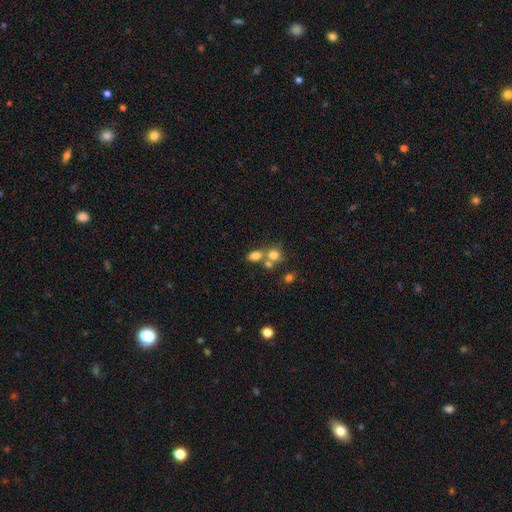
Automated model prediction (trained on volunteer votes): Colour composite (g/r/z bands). It shows a smooth galaxy with no disk features (75%) that is in between round and cigar-shaped (61%). Merging: merger (44%).